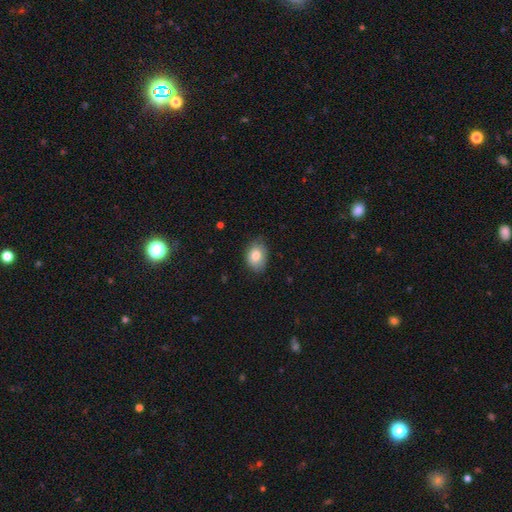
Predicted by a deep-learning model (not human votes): smooth-or-featured: smooth: 81% | featured or disk: 11% | star or artifact: 8%
  how-rounded: in between: 74% | round: 25% | cigar-shaped: 1%
  merging: none: 75% | minor disturbance: 21% | major disturbance: 3% | merger: 1%